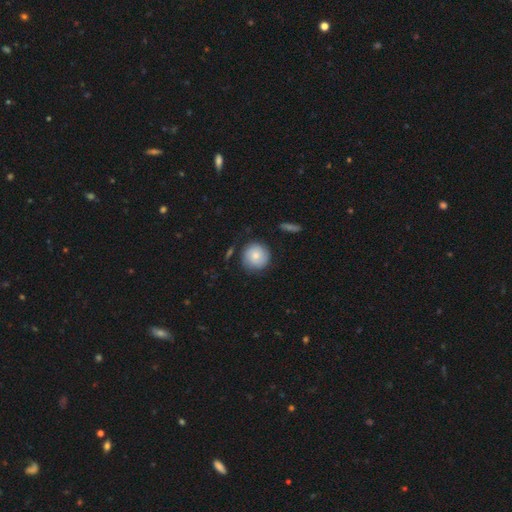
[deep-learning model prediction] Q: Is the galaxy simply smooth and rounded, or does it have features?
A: smooth — 70%.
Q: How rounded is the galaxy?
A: round — 94%.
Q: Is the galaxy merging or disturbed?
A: none — 81%.